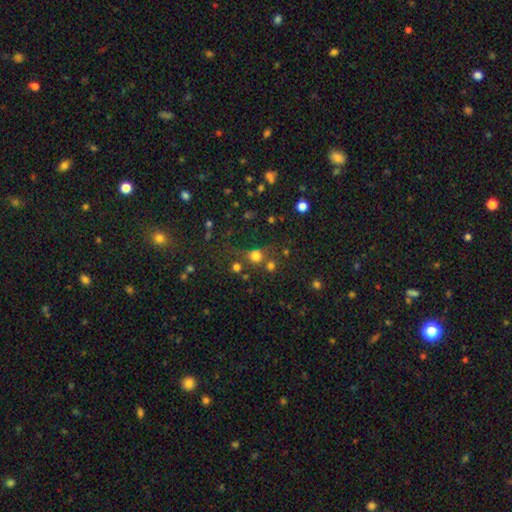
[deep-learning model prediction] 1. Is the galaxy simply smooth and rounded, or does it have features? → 70% smooth, 22% star or artifact, 8% featured or disk.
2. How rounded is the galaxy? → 85% round, 13% in between, 1% cigar-shaped.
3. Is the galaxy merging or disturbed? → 59% none, 21% merger, 11% minor disturbance, 9% major disturbance.